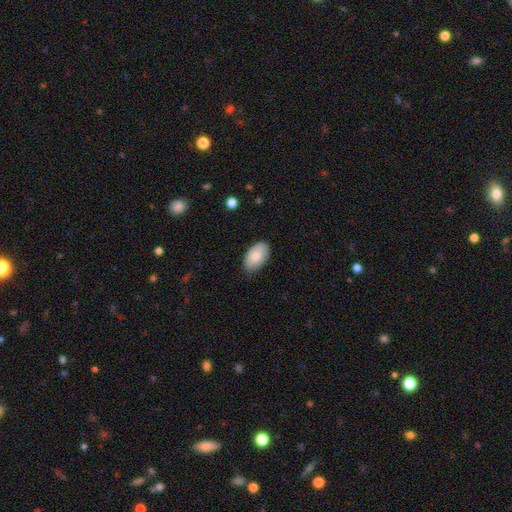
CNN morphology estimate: A smooth galaxy with no disk features (81%) that is in between round and cigar-shaped (94%). Merging: none (72%).